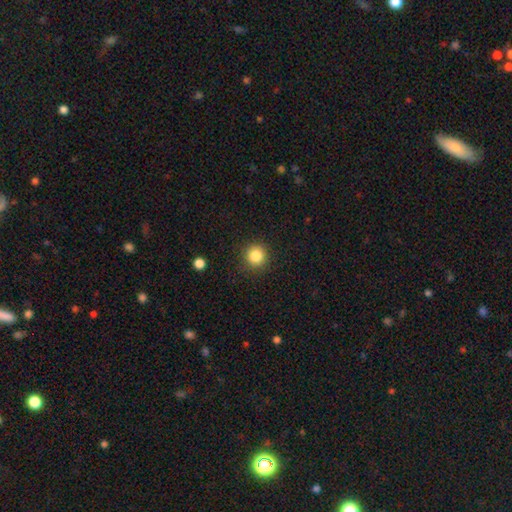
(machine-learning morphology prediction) This is clearly a smooth galaxy (84%). How rounded: clearly round (94%). Merging: clearly none (90%).